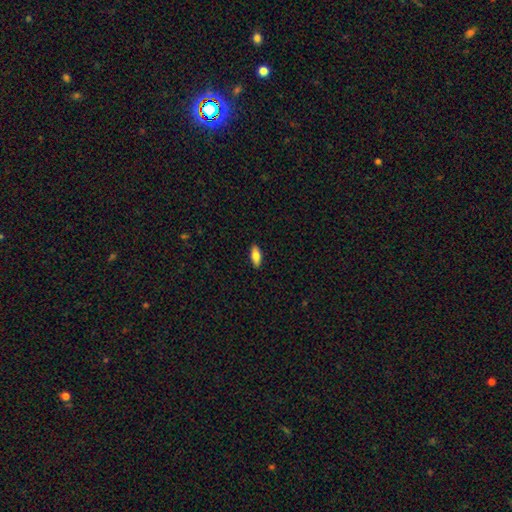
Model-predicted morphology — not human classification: Smooth or featured? smooth (78%)
How rounded? in between (78%)
Merging? none (90%)